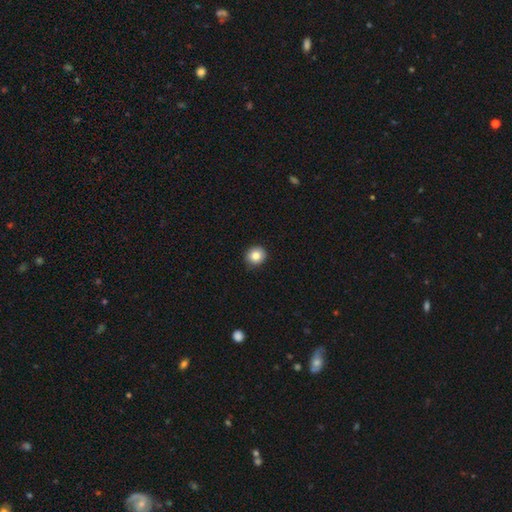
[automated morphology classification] smooth 83%, star or artifact 10%, featured or disk 7%. Down the decision tree: how rounded — round (87%); merging — none (90%).